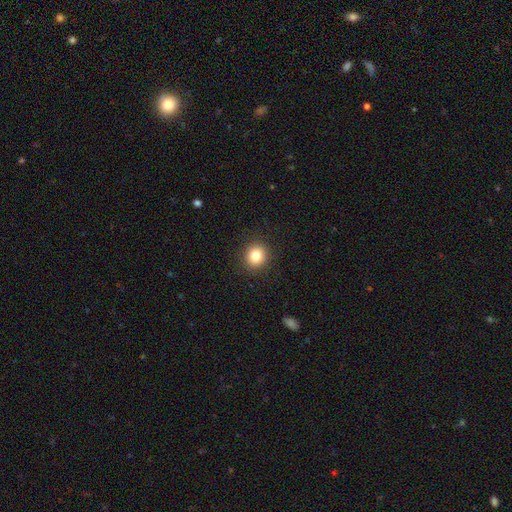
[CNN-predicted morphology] Q: Smooth or featured?
A: smooth (83%); runner-up: star or artifact (11%)
Q: How rounded?
A: round (86%); runner-up: in between (13%)
Q: Merging?
A: none (91%); runner-up: minor disturbance (6%)